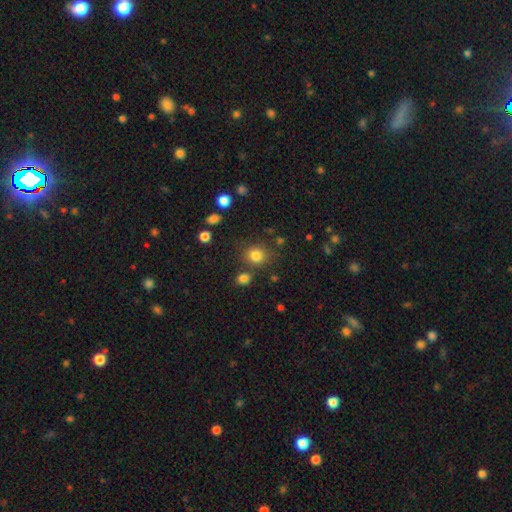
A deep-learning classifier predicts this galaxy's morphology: type=smooth (81%); roundness=round (82%); merging=none (76%).